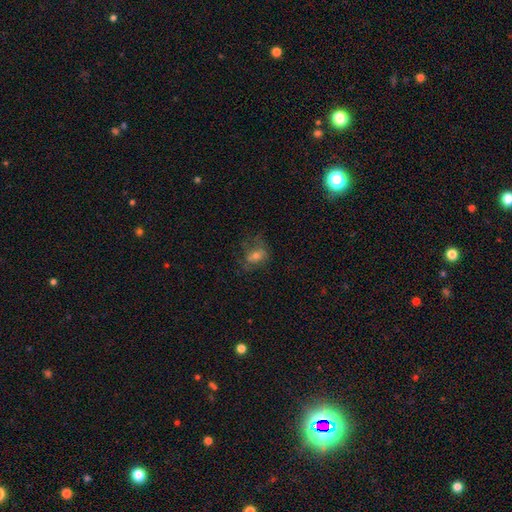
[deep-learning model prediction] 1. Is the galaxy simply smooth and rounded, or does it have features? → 45% smooth, 35% featured or disk, 20% star or artifact.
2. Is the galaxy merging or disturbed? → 50% none, 26% major disturbance, 22% minor disturbance, 2% merger.